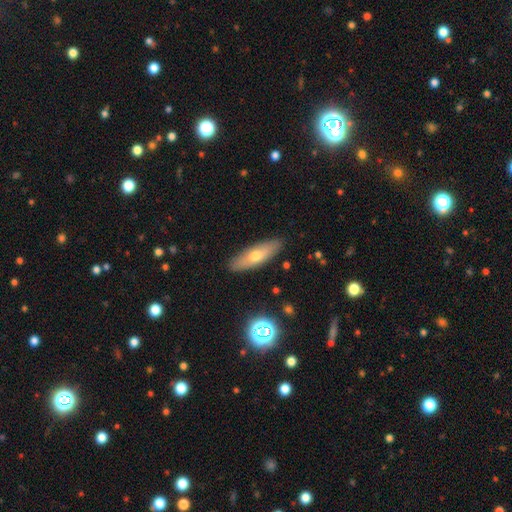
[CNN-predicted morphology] smooth-or-featured: smooth: 60% | featured or disk: 32% | star or artifact: 7%
  how-rounded: in between: 50% | cigar-shaped: 47% | round: 3%
  merging: none: 88% | minor disturbance: 9% | major disturbance: 2% | merger: 1%